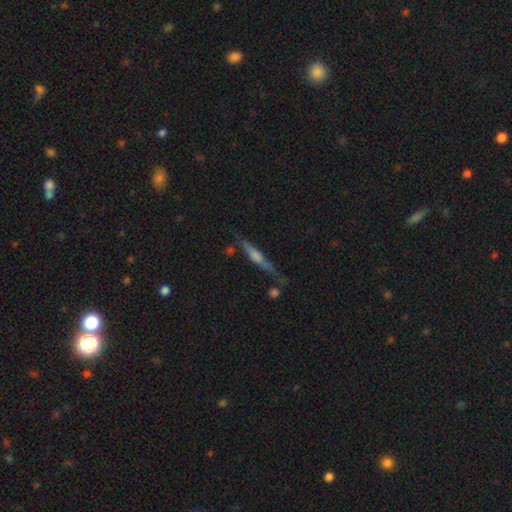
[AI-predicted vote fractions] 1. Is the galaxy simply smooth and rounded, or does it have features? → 71% featured or disk, 19% smooth, 10% star or artifact.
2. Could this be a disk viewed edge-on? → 95% yes, 5% no.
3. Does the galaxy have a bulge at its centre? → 70% rounded, 17% boxy, 13% none.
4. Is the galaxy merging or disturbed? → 73% none, 17% minor disturbance, 6% major disturbance, 4% merger.